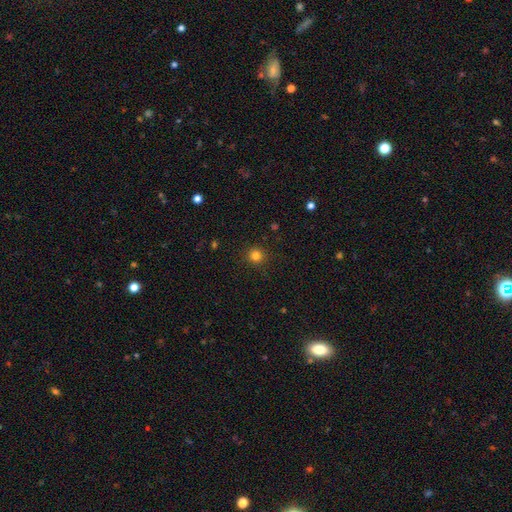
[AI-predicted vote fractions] This appears to be a smooth galaxy with no disk features (81%) that is round (94%). Merging: none (91%).